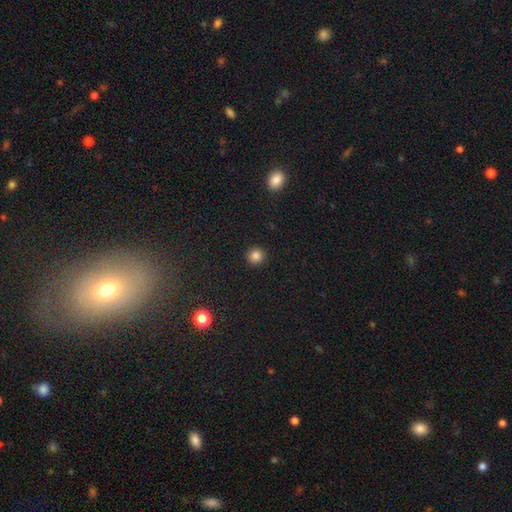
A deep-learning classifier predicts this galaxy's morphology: The model was most divided on "smooth or featured": smooth: 84%, star or artifact: 12%, featured or disk: 4%. More confident: how rounded — round (94%); merging — none (92%).